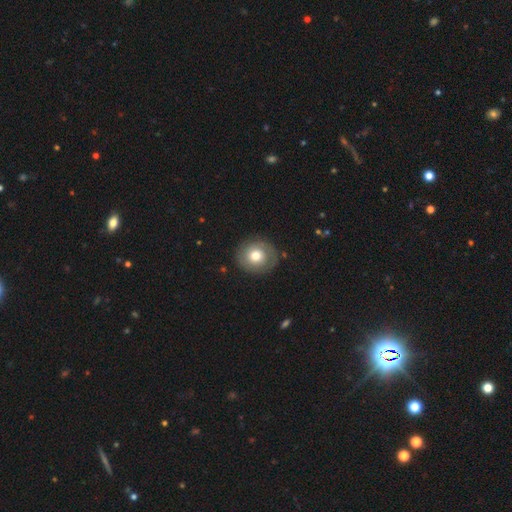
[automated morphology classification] smooth-or-featured: smooth: 67% | featured or disk: 25% | star or artifact: 8%
  how-rounded: round: 80% | in between: 19% | cigar-shaped: 1%
  merging: none: 85% | minor disturbance: 11% | major disturbance: 3% | merger: 1%